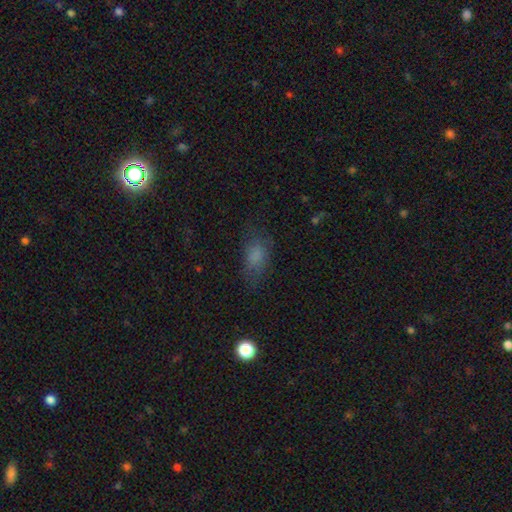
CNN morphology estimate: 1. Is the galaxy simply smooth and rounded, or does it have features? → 74% smooth, 14% star or artifact, 12% featured or disk.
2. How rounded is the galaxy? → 84% in between, 9% round, 7% cigar-shaped.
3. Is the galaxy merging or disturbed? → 64% none, 21% minor disturbance, 12% major disturbance, 2% merger.